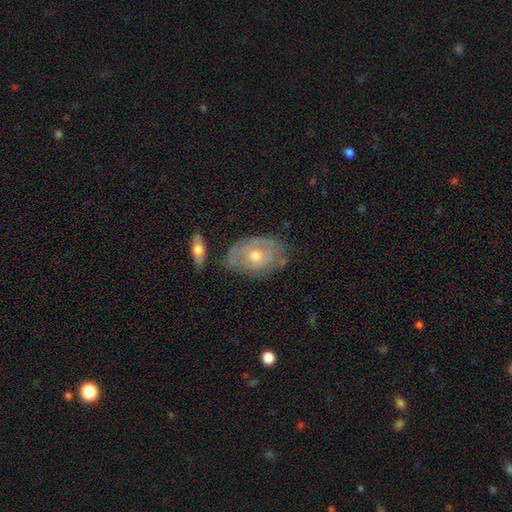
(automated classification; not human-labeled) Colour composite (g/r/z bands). It shows a featured or disk galaxy (64%) with no bar (85%), spiral arms (56%) and a moderate central bulge (64%). Merging: none (65%).